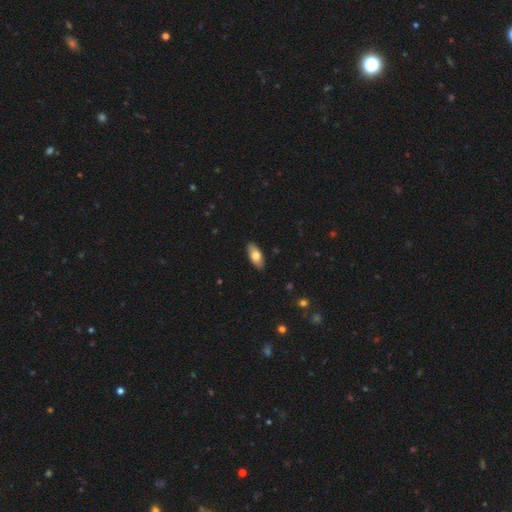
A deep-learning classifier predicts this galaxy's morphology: Overall: smooth (74%). How rounded: in between (86%). Merging: none (89%).